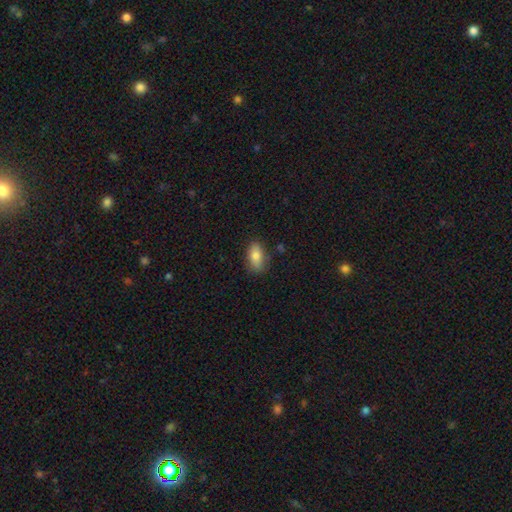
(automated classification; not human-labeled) smooth 81%, featured or disk 12%, star or artifact 8%. Down the decision tree: how rounded — in between (89%); merging — none (78%).